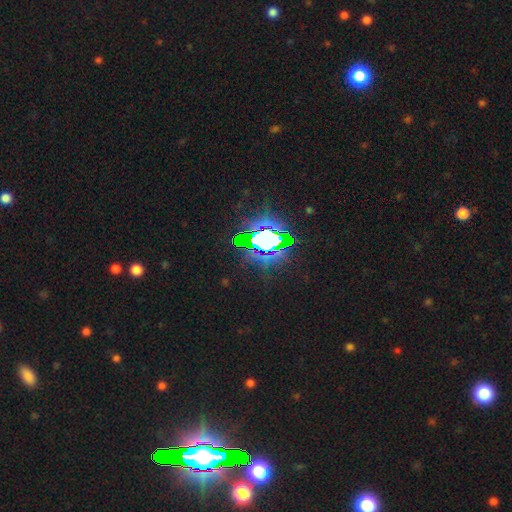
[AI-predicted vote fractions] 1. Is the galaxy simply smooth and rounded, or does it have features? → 86% star or artifact, 8% smooth, 6% featured or disk.